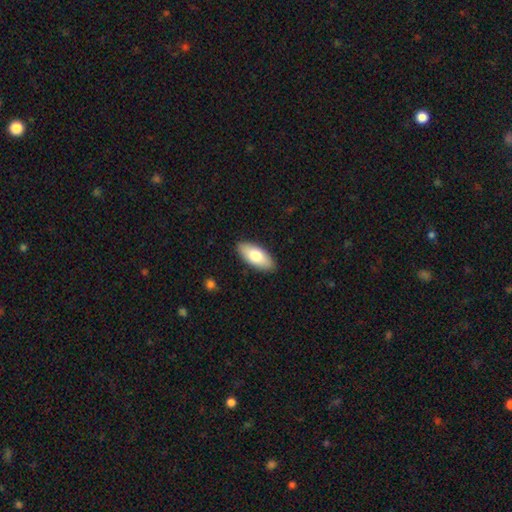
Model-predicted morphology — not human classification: This is likely a smooth galaxy (76%). How rounded: clearly in between (86%). Merging: clearly none (89%).